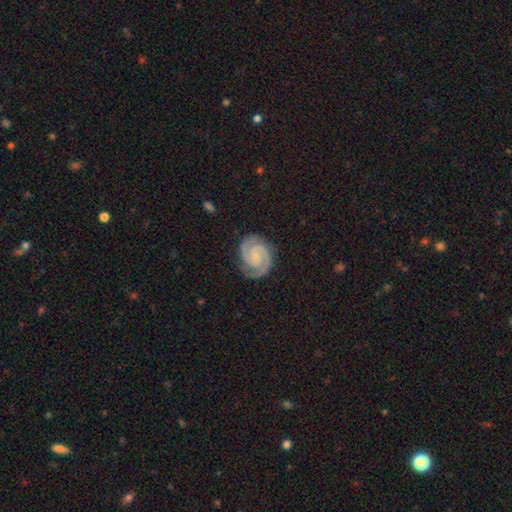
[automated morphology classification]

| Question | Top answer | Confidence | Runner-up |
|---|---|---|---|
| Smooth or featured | featured or disk | 91% | smooth (5%) |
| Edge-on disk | no | 98% | yes (2%) |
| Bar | no | 54% | weak (35%) |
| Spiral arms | yes | 99% | no (1%) |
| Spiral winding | tight | 65% | medium (31%) |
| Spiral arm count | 2 | 92% | 3 (3%) |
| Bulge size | small | 50% | none (33%) |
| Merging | none | 84% | minor disturbance (12%) |